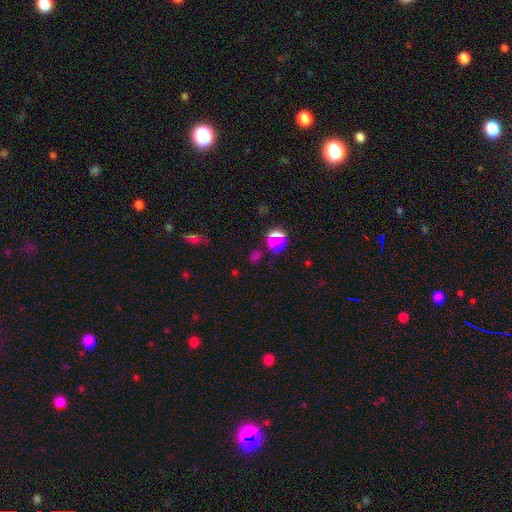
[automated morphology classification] The model was most divided on "smooth or featured": smooth: 47%, star or artifact: 46%, featured or disk: 7%. More confident: merging — none (74%).